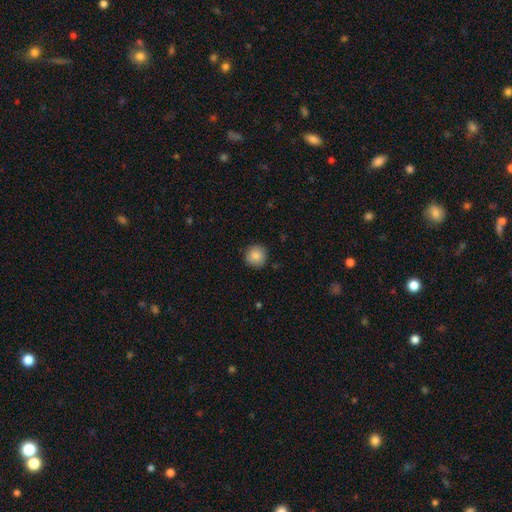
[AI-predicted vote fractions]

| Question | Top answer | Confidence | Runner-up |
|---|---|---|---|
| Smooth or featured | smooth | 86% | star or artifact (8%) |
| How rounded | round | 94% | in between (5%) |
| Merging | none | 88% | minor disturbance (9%) |